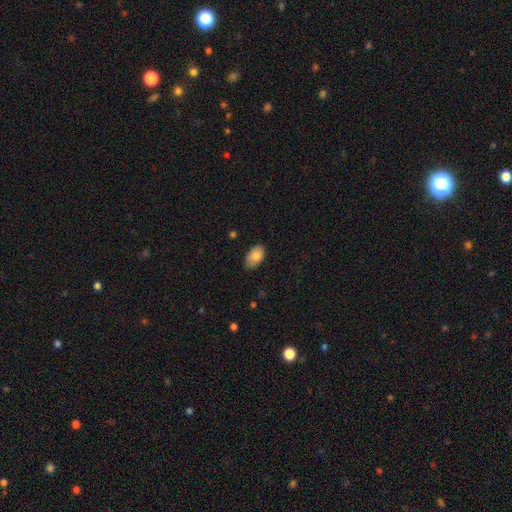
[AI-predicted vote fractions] smooth-or-featured: smooth: 81% | featured or disk: 12% | star or artifact: 7%
  how-rounded: in between: 93% | round: 6% | cigar-shaped: 1%
  merging: none: 82% | minor disturbance: 15% | major disturbance: 2% | merger: 1%